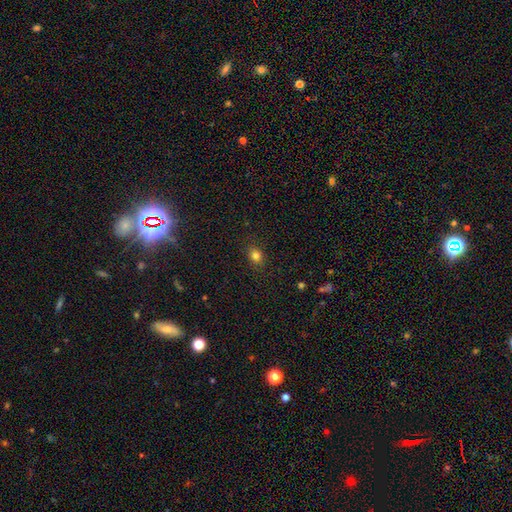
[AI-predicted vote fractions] This is clearly a smooth galaxy (81%). How rounded: possibly round (55%). Merging: clearly none (87%).